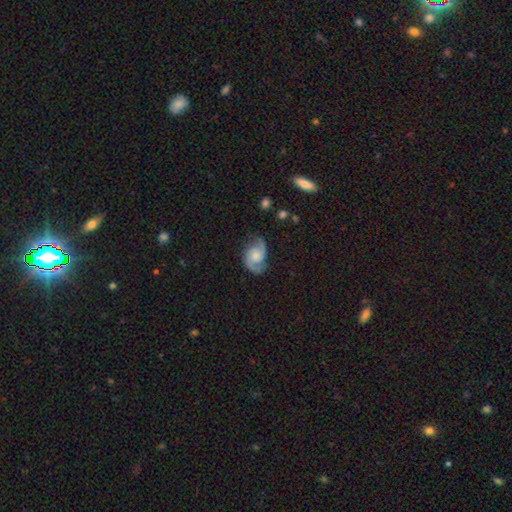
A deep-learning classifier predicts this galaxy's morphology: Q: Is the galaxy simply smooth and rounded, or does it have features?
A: featured or disk — 82%.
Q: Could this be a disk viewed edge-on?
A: no — 98%.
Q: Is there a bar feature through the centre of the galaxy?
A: no — 69%.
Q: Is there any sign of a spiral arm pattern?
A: yes — 96%.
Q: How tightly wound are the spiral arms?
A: medium — 51%.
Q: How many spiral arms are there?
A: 2 — 91%.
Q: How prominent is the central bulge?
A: moderate — 40%.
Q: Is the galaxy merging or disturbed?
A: none — 71%.